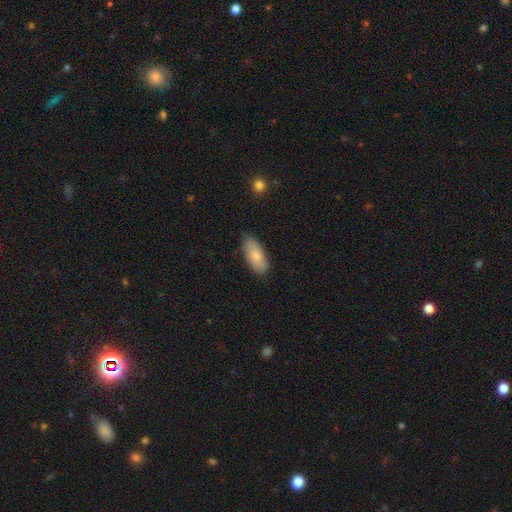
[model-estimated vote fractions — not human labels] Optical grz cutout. It shows a smooth galaxy with no disk features (80%) that is in between round and cigar-shaped (87%). Merging: none (80%).